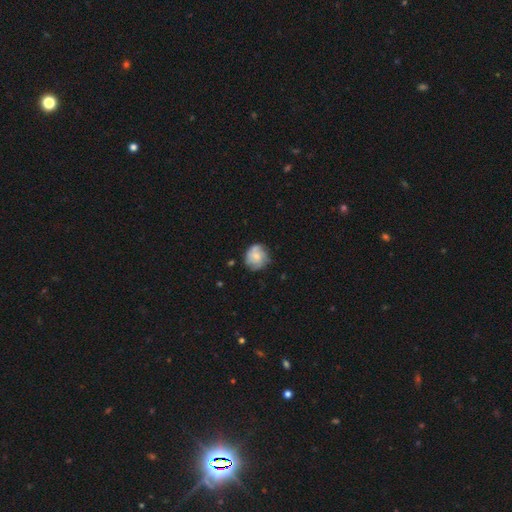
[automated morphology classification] A featured or disk galaxy (48%). Merging: none (71%).